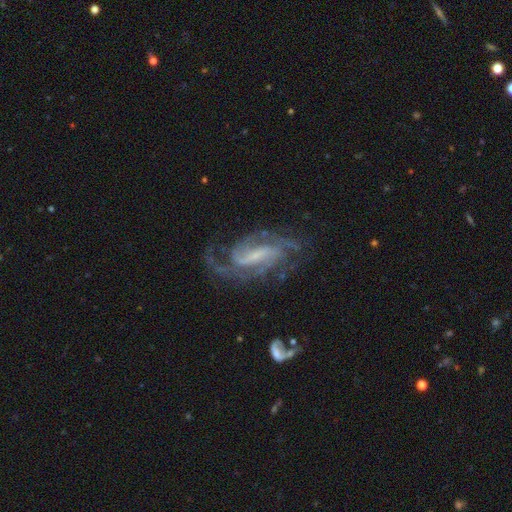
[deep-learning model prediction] The model was most divided on "spiral winding": medium: 46%, tight: 39%, loose: 15%. Remaining: spiral arms — yes (96%); edge-on disk — no (95%); smooth or featured — featured or disk (88%); merging — none (66%); bulge size — small (54%); bar — weak (46%); spiral arm count — 2 (41%).